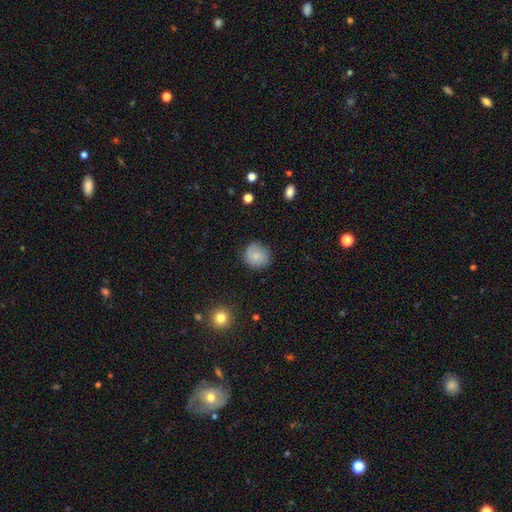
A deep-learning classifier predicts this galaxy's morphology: Q: Smooth or featured?
A: smooth (74%); runner-up: featured or disk (17%)
Q: How rounded?
A: round (86%); runner-up: in between (13%)
Q: Merging?
A: none (78%); runner-up: minor disturbance (16%)